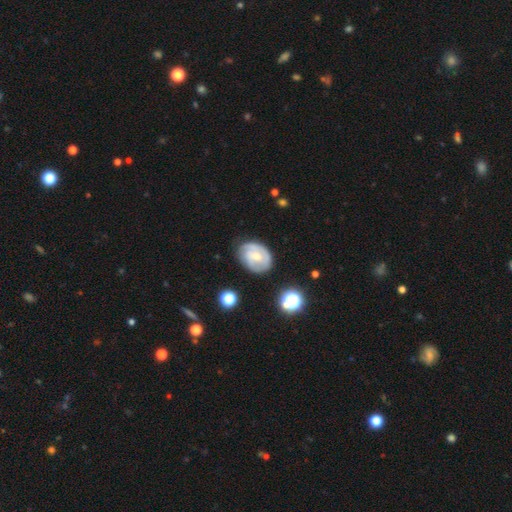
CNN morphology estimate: This appears to be a featured or disk galaxy (63%) with no bar (54%), spiral arms (79%) and a moderate central bulge (48%). Merging: none (66%).